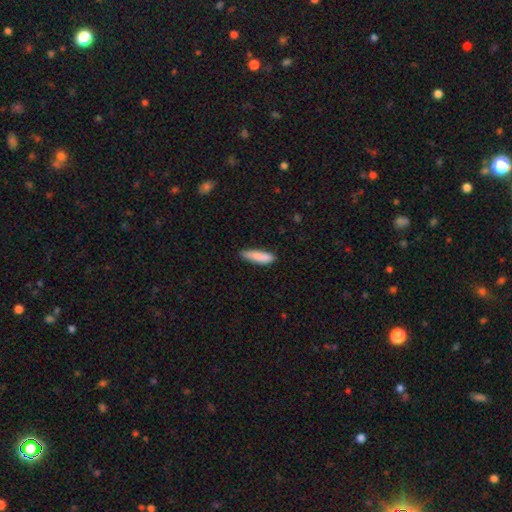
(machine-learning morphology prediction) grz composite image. It shows a smooth galaxy with no disk features (86%) that is cigar-shaped (74%). Merging: none (79%).